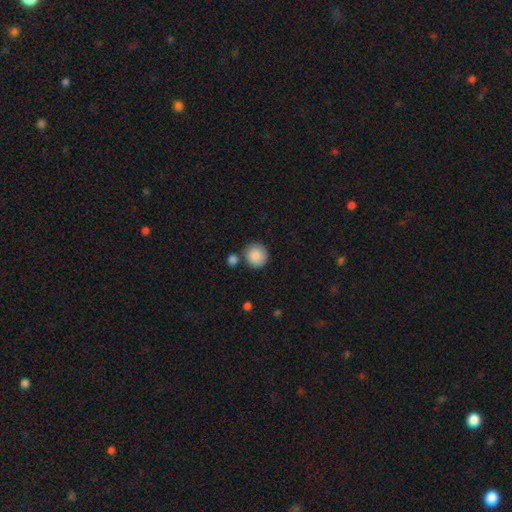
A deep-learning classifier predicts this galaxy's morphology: A smooth galaxy with no disk features (88%) that is round (93%).

Vote fractions:
- Smooth or featured? smooth: 88% / star or artifact: 7% / featured or disk: 4%
- How rounded? round: 93% / in between: 6% / cigar-shaped: 1%
- Merging? none: 76% / merger: 11% / minor disturbance: 10% / major disturbance: 3%